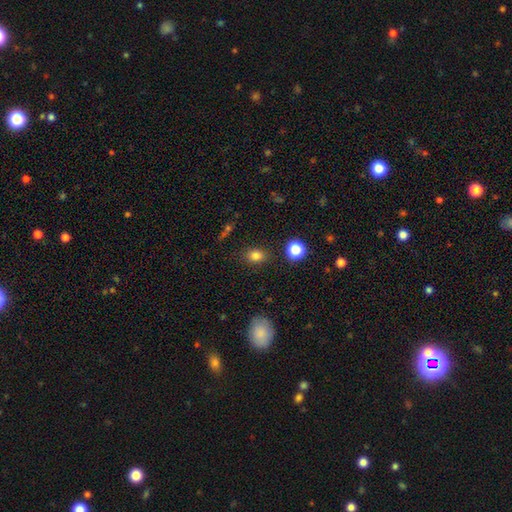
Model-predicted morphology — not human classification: Smooth or featured?
  - smooth: 81% *
  - star or artifact: 13%
  - featured or disk: 6%
How rounded?
  - in between: 57% *
  - round: 41%
  - cigar-shaped: 1%
Merging?
  - none: 83% *
  - minor disturbance: 11%
  - major disturbance: 3%
  - merger: 3%